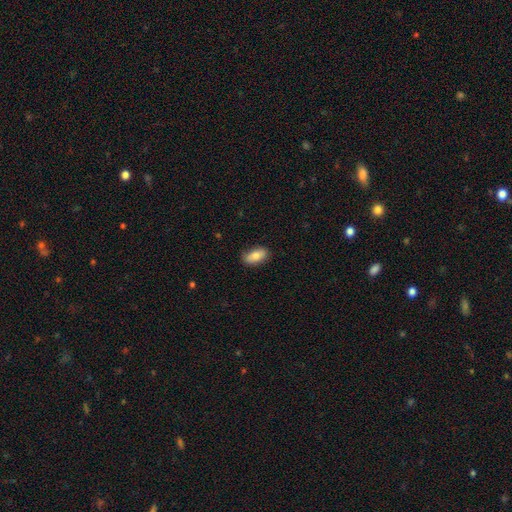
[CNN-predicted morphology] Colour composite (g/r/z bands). It shows a smooth galaxy with no disk features (80%) that is in between round and cigar-shaped (91%). Merging: none (81%).